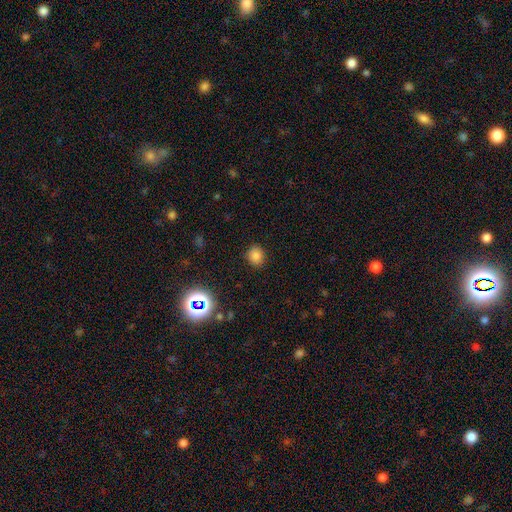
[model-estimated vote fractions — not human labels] Smooth or featured? Predicted: smooth (p=0.80). How rounded? Predicted: round (p=0.73). Merging? Predicted: none (p=0.88).